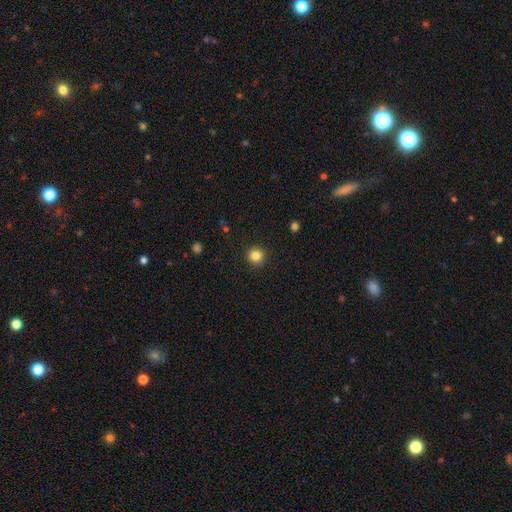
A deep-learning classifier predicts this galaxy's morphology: smooth 84%, star or artifact 11%, featured or disk 5%. Down the decision tree: how rounded — round (93%); merging — none (90%).